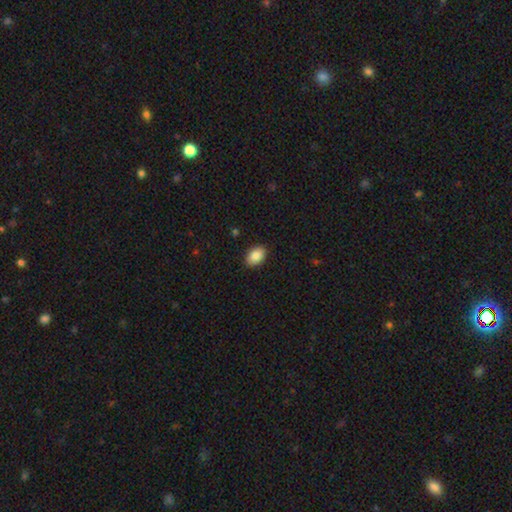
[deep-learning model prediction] Overall: smooth (88%). How rounded: in between (87%). Merging: none (89%).